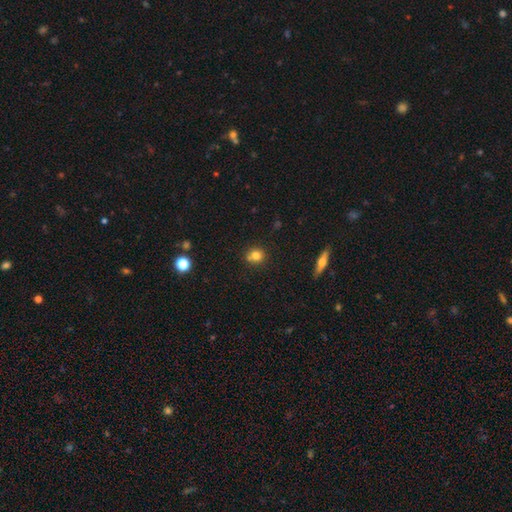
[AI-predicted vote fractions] Smooth or featured?
  - smooth: 77% *
  - star or artifact: 12%
  - featured or disk: 11%
How rounded?
  - round: 84% *
  - in between: 14%
  - cigar-shaped: 1%
Merging?
  - none: 64% *
  - merger: 21%
  - minor disturbance: 12%
  - major disturbance: 3%